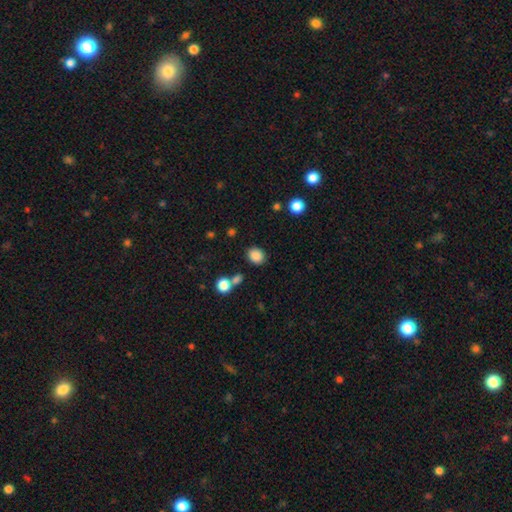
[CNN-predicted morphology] Q: Smooth or featured?
A: smooth (86%); runner-up: star or artifact (10%)
Q: How rounded?
A: round (61%); runner-up: in between (38%)
Q: Merging?
A: none (82%); runner-up: minor disturbance (9%)